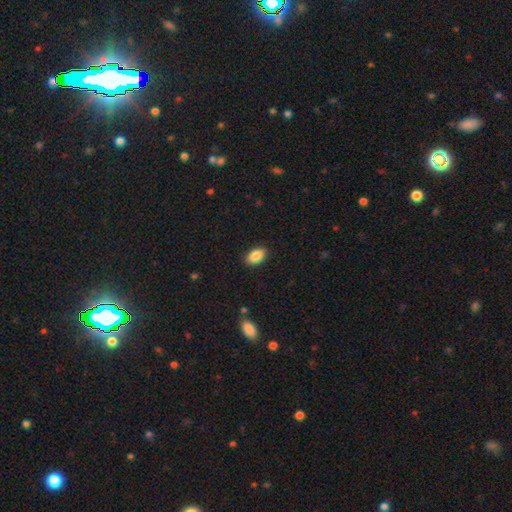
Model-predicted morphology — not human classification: A smooth galaxy with no disk features (89%) that is in between round and cigar-shaped (93%). Merging: none (89%).